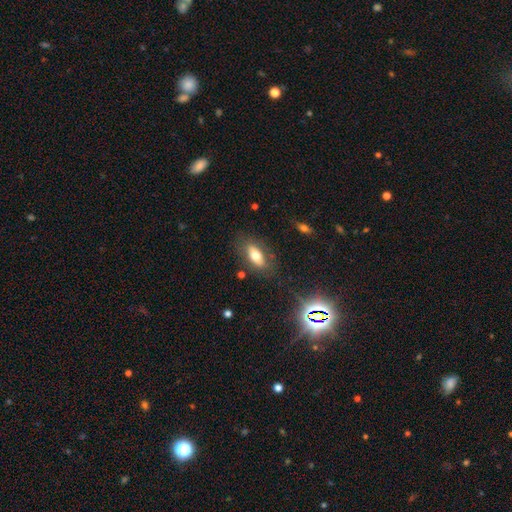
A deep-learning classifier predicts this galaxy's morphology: Smooth or featured? Predicted: smooth (p=0.68). How rounded? Predicted: in between (p=0.83). Merging? Predicted: none (p=0.78).